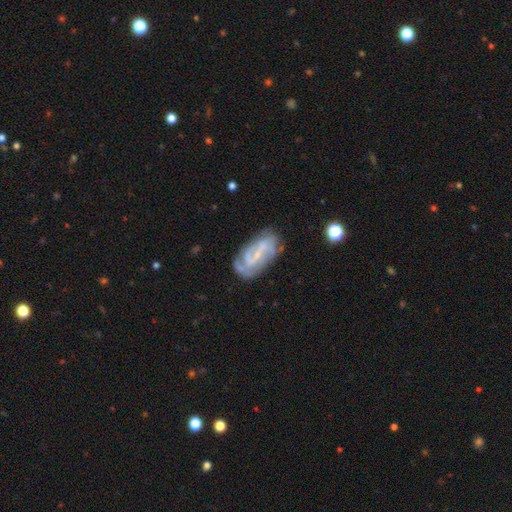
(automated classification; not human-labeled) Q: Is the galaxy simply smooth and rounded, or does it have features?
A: featured or disk — 77%.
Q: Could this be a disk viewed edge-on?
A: no — 95%.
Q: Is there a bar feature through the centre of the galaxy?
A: weak — 43%.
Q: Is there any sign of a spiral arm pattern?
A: yes — 84%.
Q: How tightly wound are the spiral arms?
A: medium — 40%.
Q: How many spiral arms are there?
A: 2 — 47%.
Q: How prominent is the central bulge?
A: small — 58%.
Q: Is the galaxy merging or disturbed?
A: none — 64%.